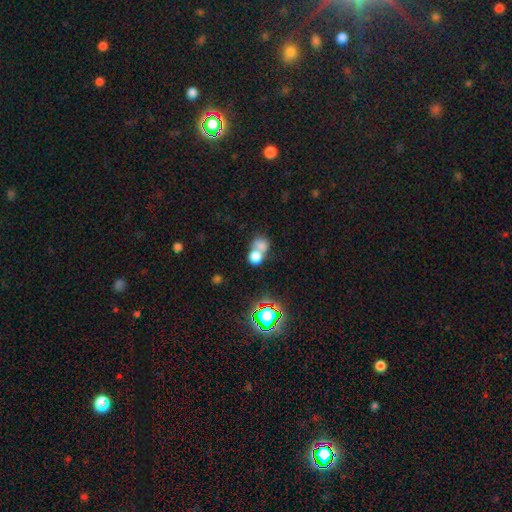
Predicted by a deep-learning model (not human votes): Overall: smooth (73%). How rounded: round (61%; in between 38%). Merging: merger (61%; none 28%).